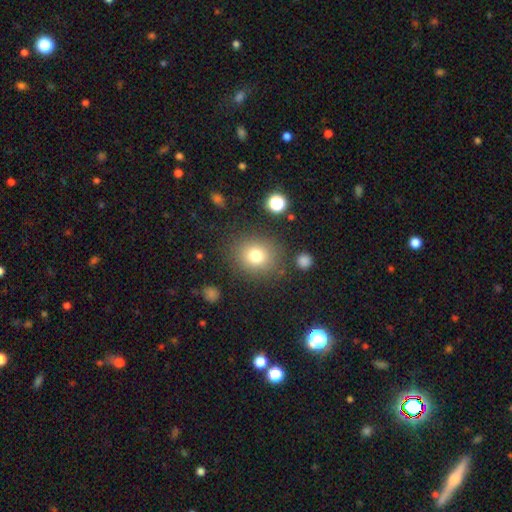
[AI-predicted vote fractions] Overall: smooth (77%). How rounded: round (79%). Merging: none (83%).